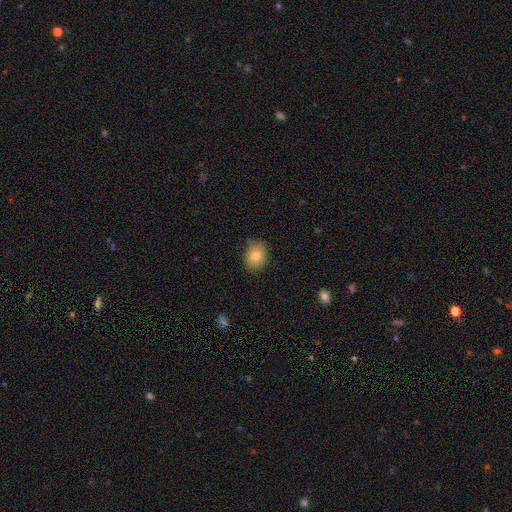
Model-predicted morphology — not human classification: smooth_or_featured: smooth (p=0.80) [alt: featured or disk p=0.11]
how_rounded: in between (p=0.54) [alt: round p=0.46]
merging: none (p=0.76) [alt: minor disturbance p=0.19]